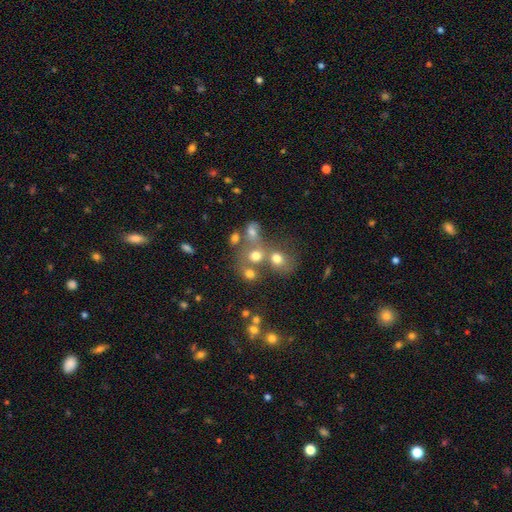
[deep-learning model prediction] Smooth or featured?
  - smooth: 68% *
  - star or artifact: 17%
  - featured or disk: 15%
How rounded?
  - round: 71% *
  - in between: 27%
  - cigar-shaped: 1%
Merging?
  - merger: 42% *
  - none: 40%
  - minor disturbance: 10%
  - major disturbance: 8%